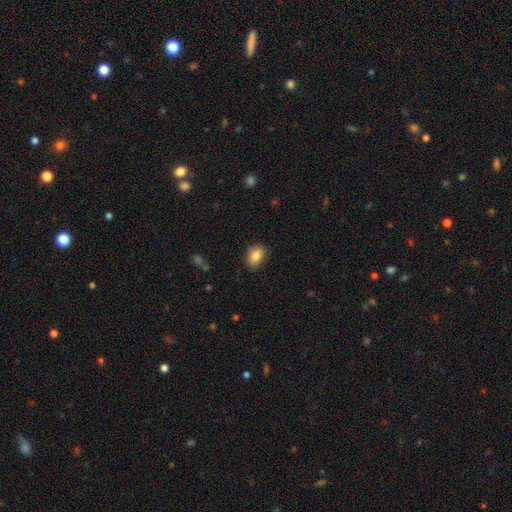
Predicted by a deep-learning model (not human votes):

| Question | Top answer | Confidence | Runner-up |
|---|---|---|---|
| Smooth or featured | smooth | 85% | star or artifact (8%) |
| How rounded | in between | 77% | round (22%) |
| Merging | none | 83% | minor disturbance (13%) |